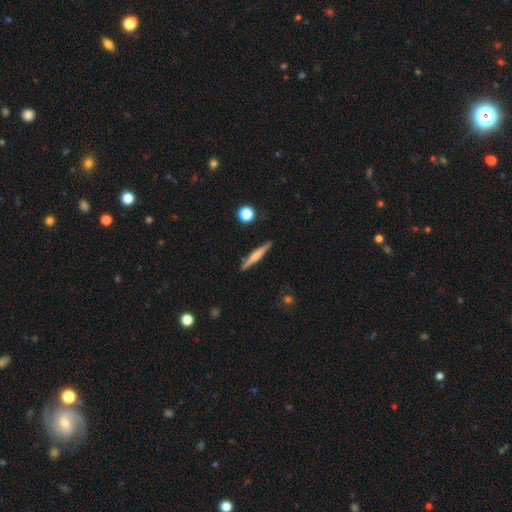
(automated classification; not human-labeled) Smooth or featured?
  - smooth: 50% *
  - featured or disk: 44%
  - star or artifact: 6%
Merging?
  - none: 89% *
  - minor disturbance: 8%
  - major disturbance: 2%
  - merger: 2%